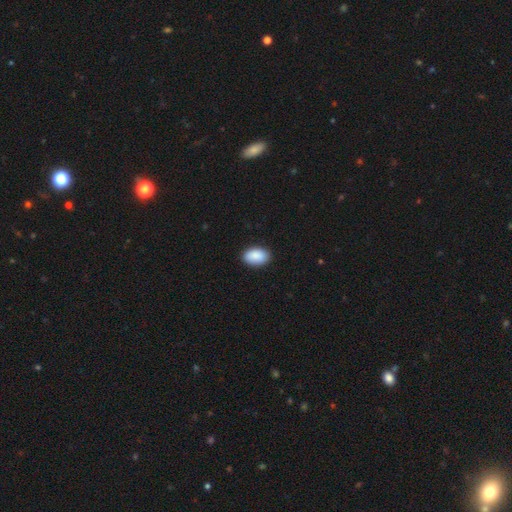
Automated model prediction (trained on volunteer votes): Morphology: type=smooth (90%); roundness=in between (92%); merging=none (89%).